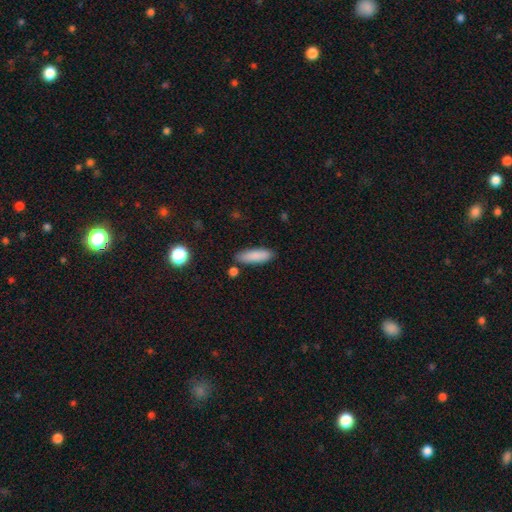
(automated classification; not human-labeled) smooth_or_featured: smooth (p=0.87) [alt: featured or disk p=0.07]
how_rounded: in between (p=0.52) [alt: cigar-shaped p=0.46]
merging: none (p=0.82) [alt: minor disturbance p=0.12]